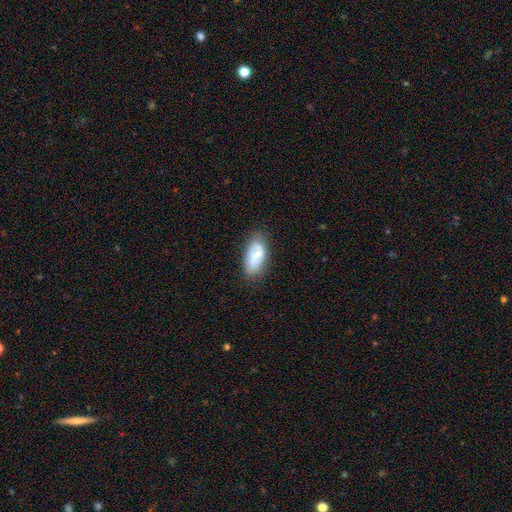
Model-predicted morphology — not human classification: type=smooth (49%); merging=none (75%).